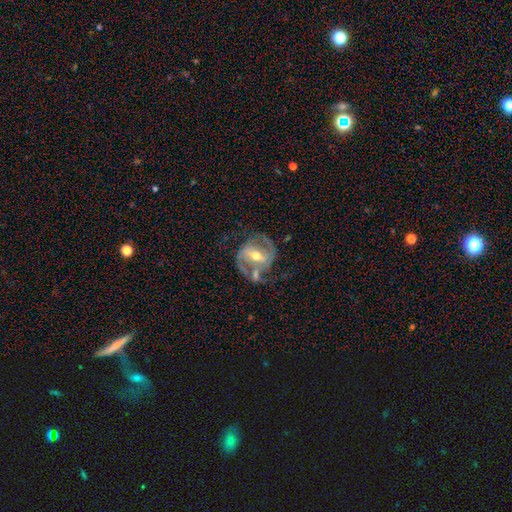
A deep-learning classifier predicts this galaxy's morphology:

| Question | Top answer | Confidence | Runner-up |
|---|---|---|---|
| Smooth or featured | featured or disk | 89% | smooth (6%) |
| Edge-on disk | no | 97% | yes (3%) |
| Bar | strong | 51% | weak (36%) |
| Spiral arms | yes | 95% | no (5%) |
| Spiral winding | medium | 54% | tight (30%) |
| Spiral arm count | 2 | 88% | can't tell (4%) |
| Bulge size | moderate | 64% | small (32%) |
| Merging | none | 61% | minor disturbance (17%) |